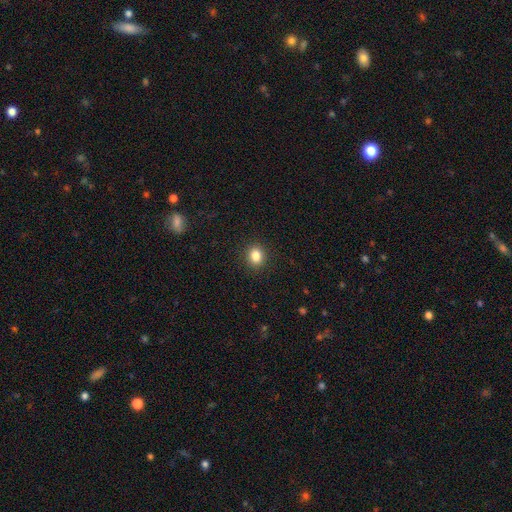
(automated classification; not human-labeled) This appears to be a smooth galaxy with no disk features (84%) that is round (66%). Merging: none (91%).